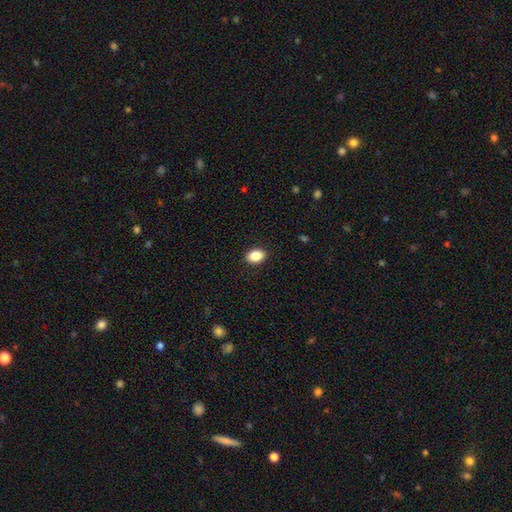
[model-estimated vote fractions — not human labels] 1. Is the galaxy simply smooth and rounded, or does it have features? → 86% smooth, 9% star or artifact, 5% featured or disk.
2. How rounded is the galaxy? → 74% in between, 25% round, 1% cigar-shaped.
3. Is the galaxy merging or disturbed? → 90% none, 7% minor disturbance, 2% major disturbance, 1% merger.